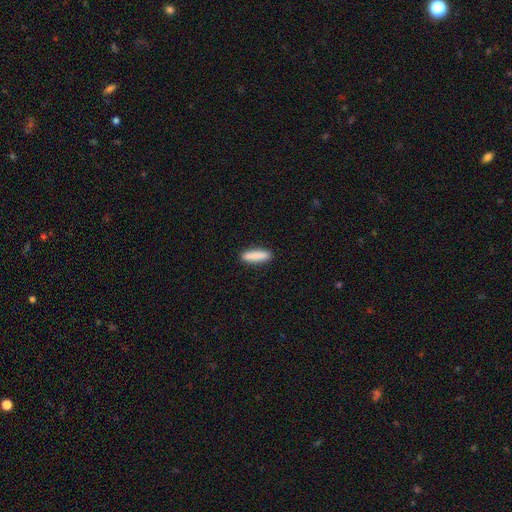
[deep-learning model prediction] smooth_or_featured: smooth (p=0.88) [alt: star or artifact p=0.06]
how_rounded: cigar-shaped (p=0.69) [alt: in between p=0.30]
merging: none (p=0.90) [alt: minor disturbance p=0.07]